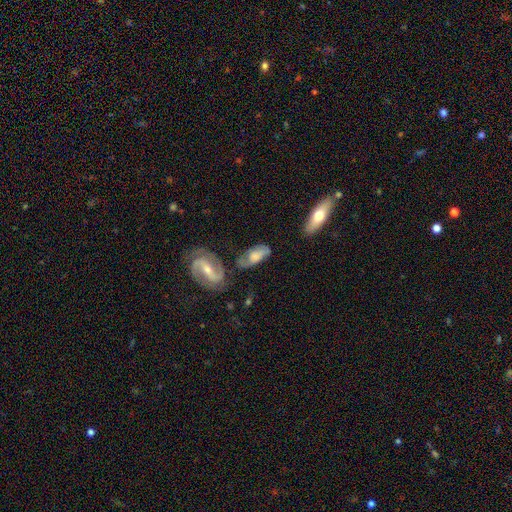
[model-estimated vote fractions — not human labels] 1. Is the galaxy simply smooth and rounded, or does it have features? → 50% featured or disk, 42% smooth, 8% star or artifact.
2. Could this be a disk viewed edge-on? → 86% no, 14% yes.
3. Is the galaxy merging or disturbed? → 56% none, 24% minor disturbance, 10% major disturbance, 10% merger.